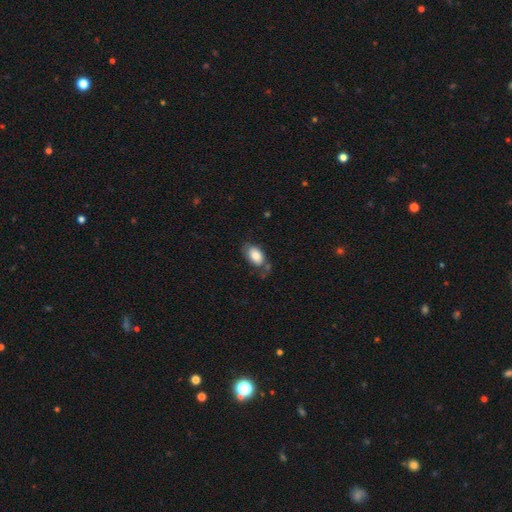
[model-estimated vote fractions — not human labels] A smooth galaxy with no disk features (83%) that is in between round and cigar-shaped (91%).

Vote fractions:
- Smooth or featured? smooth: 83% / featured or disk: 10% / star or artifact: 7%
- How rounded? in between: 91% / round: 7% / cigar-shaped: 2%
- Merging? none: 58% / minor disturbance: 25% / major disturbance: 10% / merger: 7%